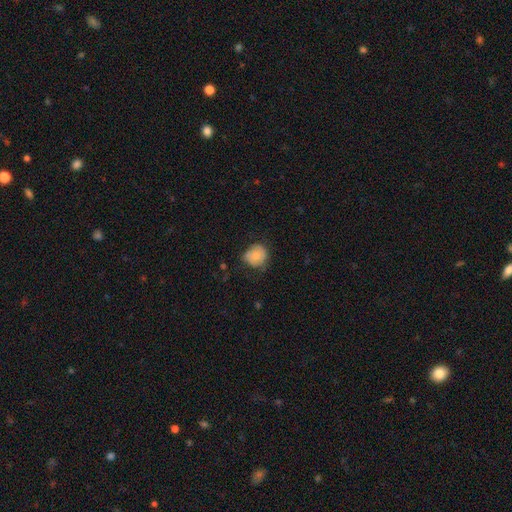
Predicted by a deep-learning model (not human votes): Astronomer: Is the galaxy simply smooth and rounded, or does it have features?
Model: smooth — 72%.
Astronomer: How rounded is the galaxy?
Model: round — 78%.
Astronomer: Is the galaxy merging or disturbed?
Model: none — 57%.